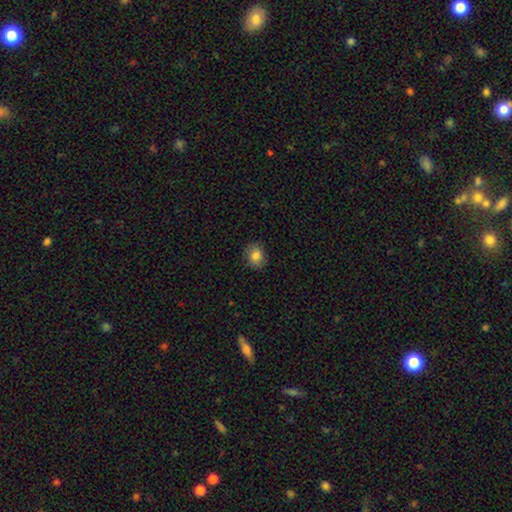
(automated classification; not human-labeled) A smooth galaxy with no disk features (83%) that is round (56%). Merging: none (85%).